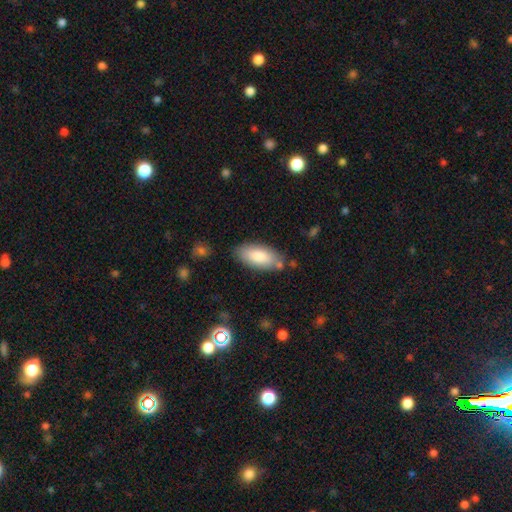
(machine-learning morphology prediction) smooth 81%, featured or disk 12%, star or artifact 7%. Down the decision tree: how rounded — in between (88%); merging — none (79%).